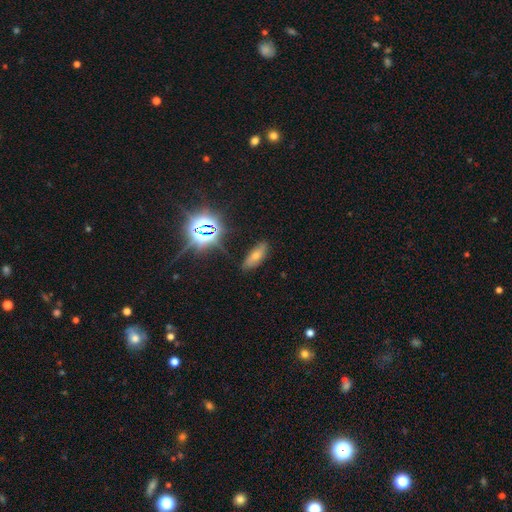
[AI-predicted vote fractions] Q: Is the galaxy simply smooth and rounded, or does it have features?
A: star or artifact — 40%.